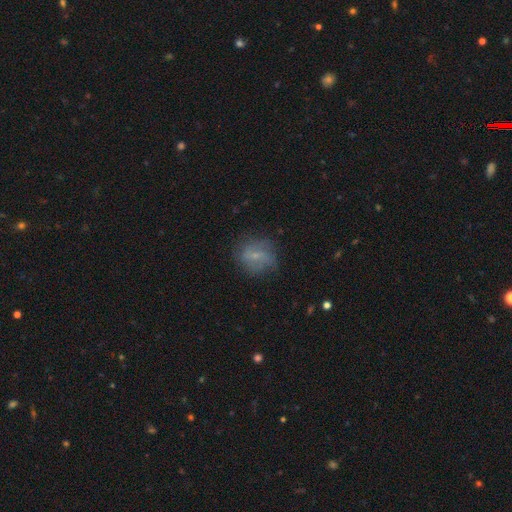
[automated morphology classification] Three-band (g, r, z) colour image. It shows a smooth galaxy with no disk features (46%). Merging: none (71%).